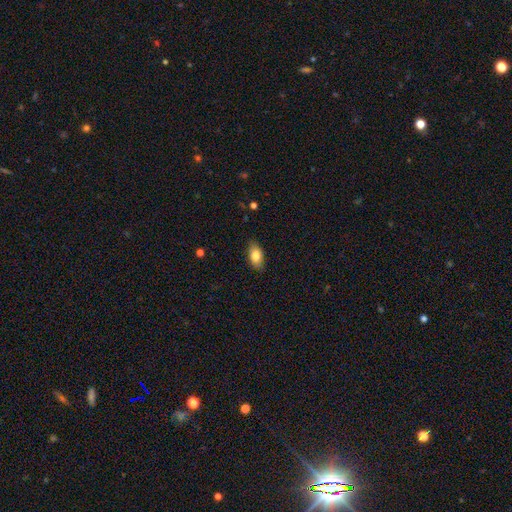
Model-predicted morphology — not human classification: type=smooth (83%); roundness=in between (91%); merging=none (85%).